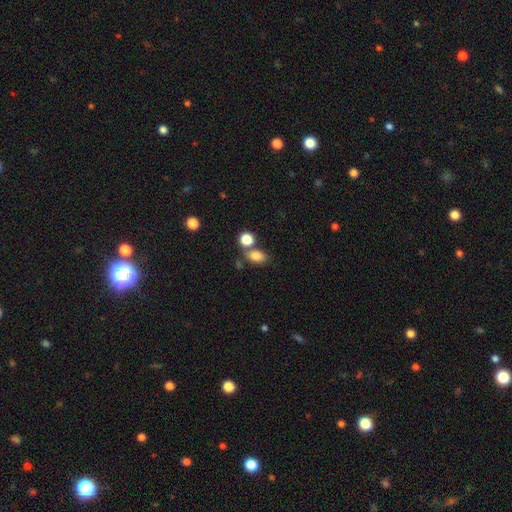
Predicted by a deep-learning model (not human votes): This is clearly a smooth galaxy (82%). How rounded: likely in between (78%). Merging: possibly none (60%).